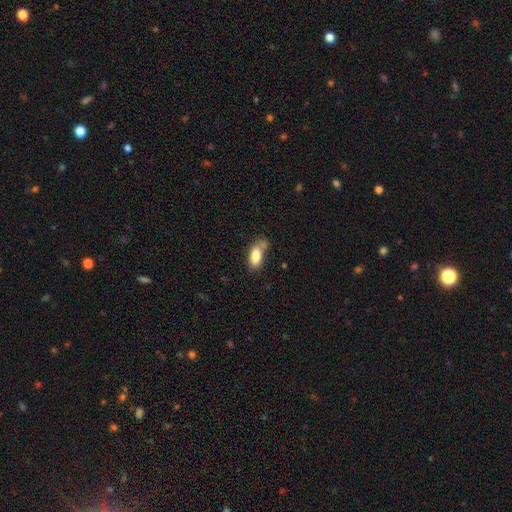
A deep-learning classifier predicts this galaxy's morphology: The model was most divided on "merging": none: 41%, minor disturbance: 31%, major disturbance: 14%, merger: 14%. More confident: how rounded — in between (87%); smooth or featured — smooth (81%).